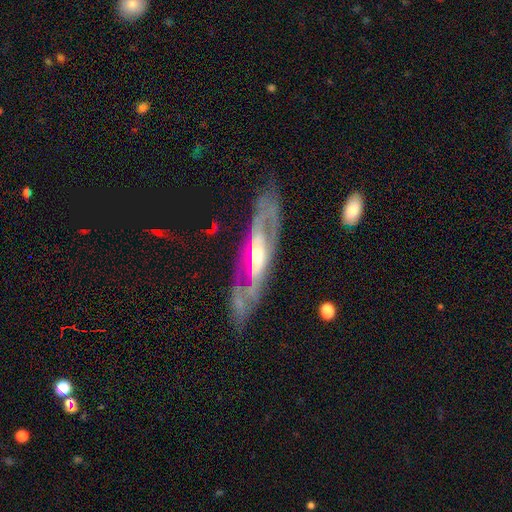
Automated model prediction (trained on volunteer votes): smooth_or_featured: featured or disk (p=0.82) [alt: smooth p=0.12]
disk_edge_on: no (p=0.69) [alt: yes p=0.31]
bar: no (p=0.54) [alt: weak p=0.26]
has_spiral_arms: yes (p=0.64) [alt: no p=0.36]
bulge_size: moderate (p=0.62) [alt: small p=0.26]
merging: none (p=0.72) [alt: minor disturbance p=0.16]